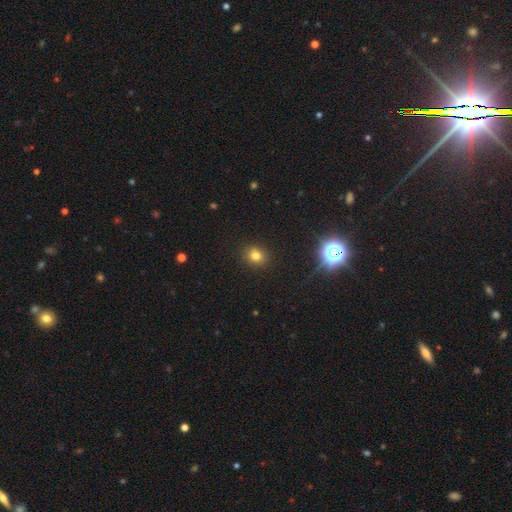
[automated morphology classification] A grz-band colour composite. It shows a smooth galaxy with no disk features (76%) that is round (75%). Merging: none (90%).